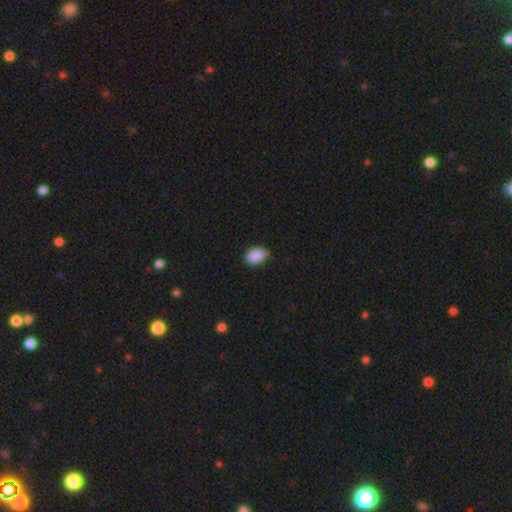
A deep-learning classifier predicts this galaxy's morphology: Smooth or featured: smooth — 89% (star or artifact — 7%)
How rounded: in between — 78% (round — 21%)
Merging: none — 71% (minor disturbance — 25%)